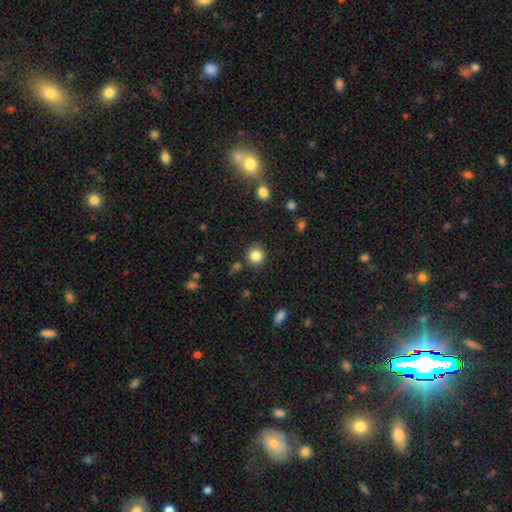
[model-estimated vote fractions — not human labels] A smooth galaxy with no disk features (84%) that is round (89%).

Vote fractions:
- Smooth or featured? smooth: 84% / star or artifact: 10% / featured or disk: 5%
- How rounded? round: 89% / in between: 10% / cigar-shaped: 1%
- Merging? none: 85% / minor disturbance: 8% / merger: 4% / major disturbance: 3%